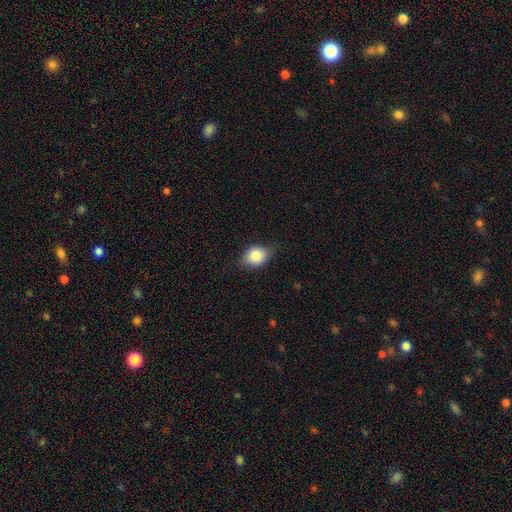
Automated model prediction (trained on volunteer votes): This is clearly a smooth galaxy (83%). How rounded: possibly in between (57%). Merging: likely none (72%).